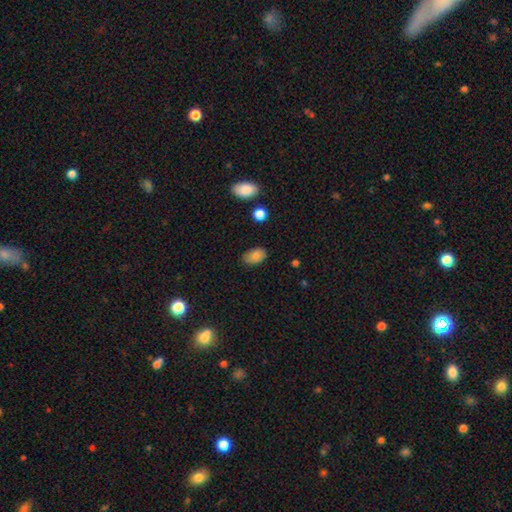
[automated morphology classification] smooth_or_featured: smooth (p=0.80) [alt: featured or disk p=0.11]
how_rounded: in between (p=0.87) [alt: round p=0.12]
merging: none (p=0.75) [alt: minor disturbance p=0.20]